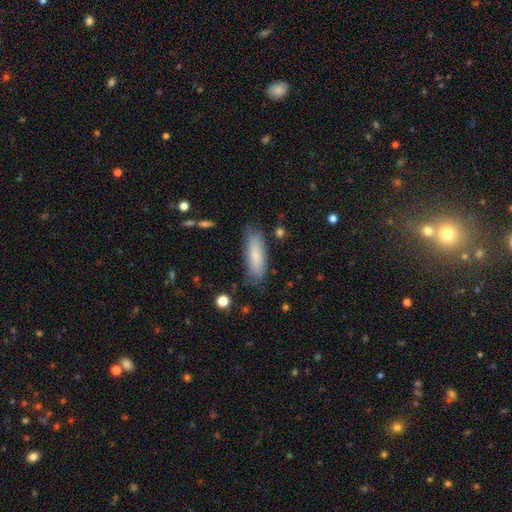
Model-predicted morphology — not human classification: smooth 78%, featured or disk 16%, star or artifact 6%. Down the decision tree: how rounded — in between (54%); merging — none (77%).